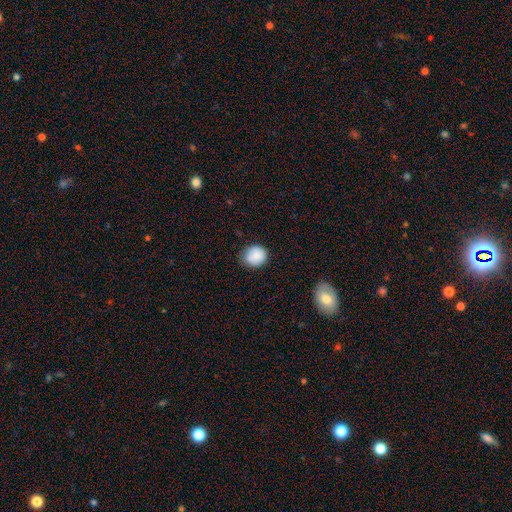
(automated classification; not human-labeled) This is clearly a smooth galaxy (84%). How rounded: clearly round (83%). Merging: clearly none (81%).